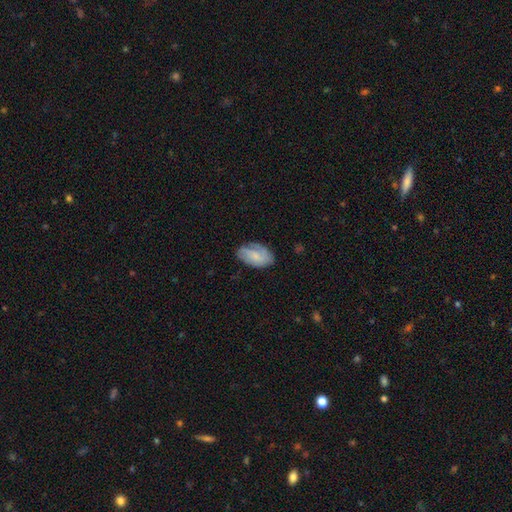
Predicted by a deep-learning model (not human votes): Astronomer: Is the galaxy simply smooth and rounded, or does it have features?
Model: smooth — 60%.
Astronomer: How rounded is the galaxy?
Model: in between — 92%.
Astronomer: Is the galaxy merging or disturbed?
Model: none — 66%.